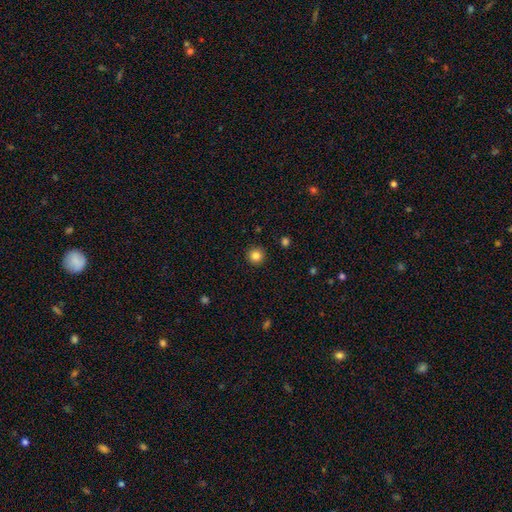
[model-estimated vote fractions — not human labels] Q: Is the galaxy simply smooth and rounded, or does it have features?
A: smooth — 85%.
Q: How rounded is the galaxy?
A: round — 95%.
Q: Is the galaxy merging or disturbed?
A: none — 93%.